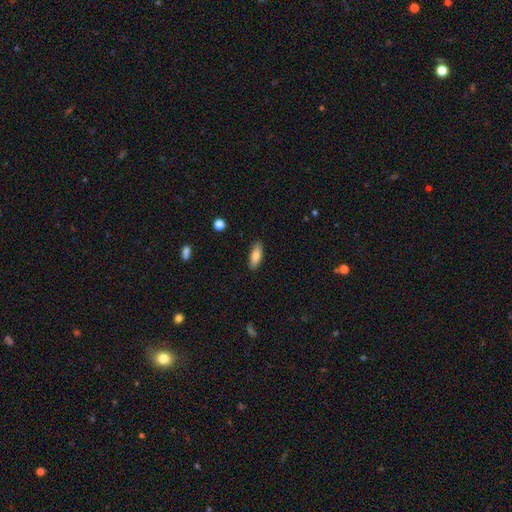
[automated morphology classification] A smooth galaxy with no disk features (79%) that is in between round and cigar-shaped (71%). Merging: none (88%).